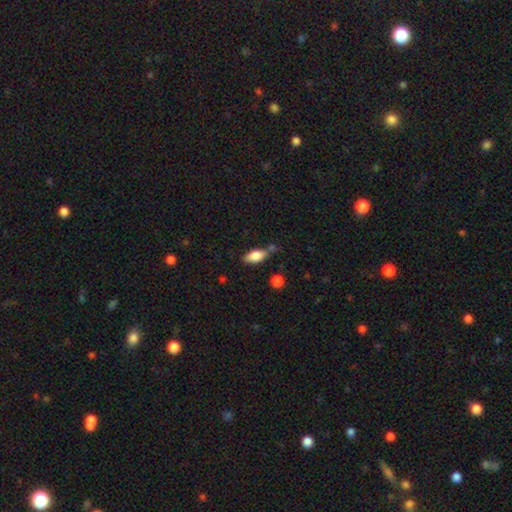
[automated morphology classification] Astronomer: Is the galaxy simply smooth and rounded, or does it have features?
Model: smooth — 78%.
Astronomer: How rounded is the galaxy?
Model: in between — 84%.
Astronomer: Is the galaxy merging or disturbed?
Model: none — 67%.